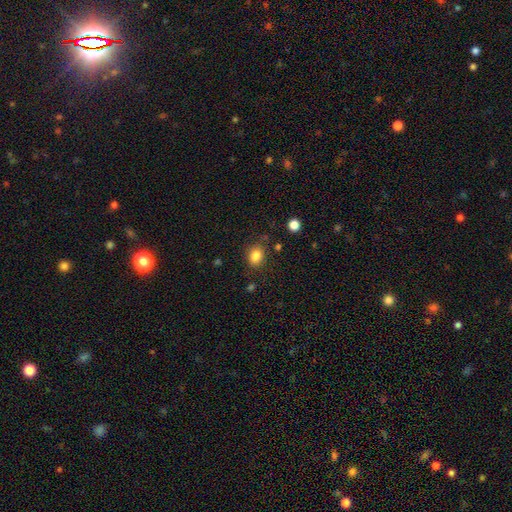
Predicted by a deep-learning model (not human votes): Q: Smooth or featured?
A: smooth (85%); runner-up: star or artifact (11%)
Q: How rounded?
A: in between (58%); runner-up: round (41%)
Q: Merging?
A: none (78%); runner-up: minor disturbance (14%)